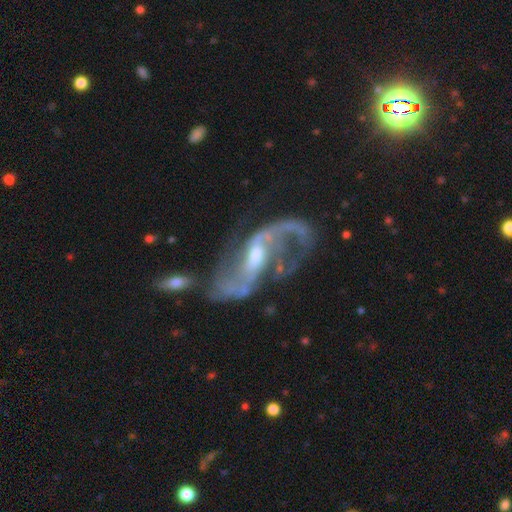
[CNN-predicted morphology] This appears to be a featured or disk galaxy (89%) with a weak bar (48%), 2 (81%) loose (67%) spiral arms (93%) and a moderate central bulge (54%). Merging: none (38%).